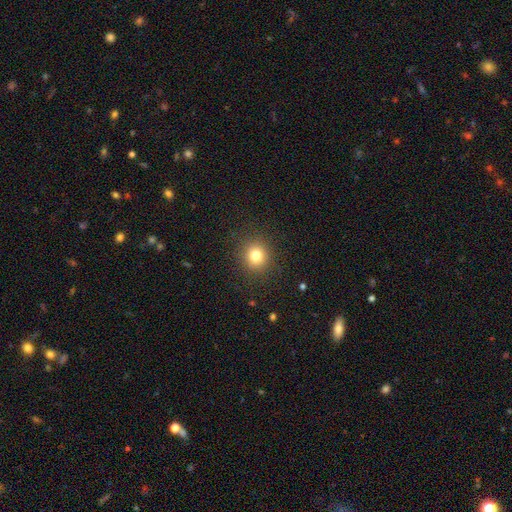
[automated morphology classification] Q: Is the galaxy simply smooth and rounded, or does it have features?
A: smooth — 79%.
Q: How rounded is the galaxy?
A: round — 89%.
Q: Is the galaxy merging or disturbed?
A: none — 90%.